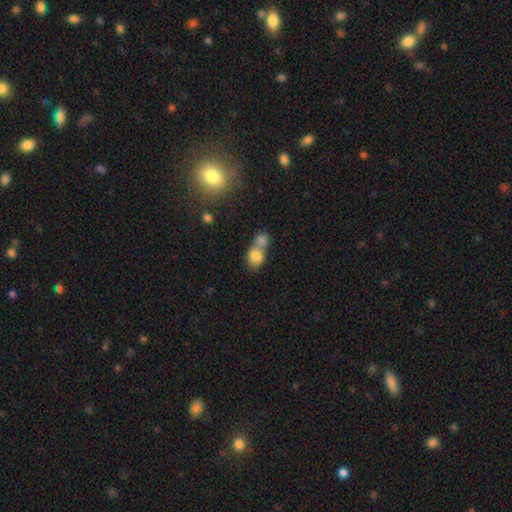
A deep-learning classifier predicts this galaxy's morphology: Q: Smooth or featured?
A: smooth (80%); runner-up: featured or disk (11%)
Q: How rounded?
A: in between (56%); runner-up: round (42%)
Q: Merging?
A: merger (70%); runner-up: none (20%)